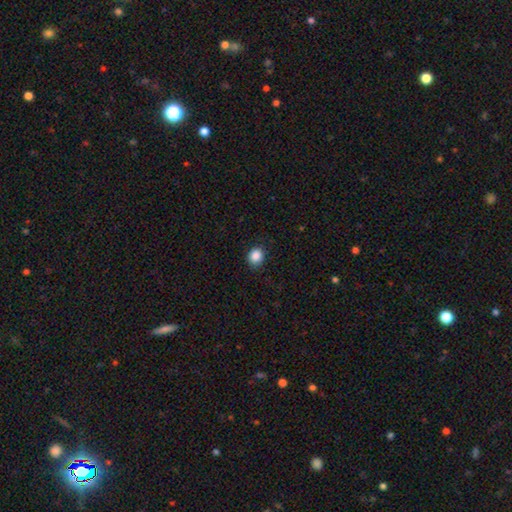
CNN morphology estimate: smooth 88%, star or artifact 9%, featured or disk 3%. Down the decision tree: how rounded — round (72%); merging — none (88%).